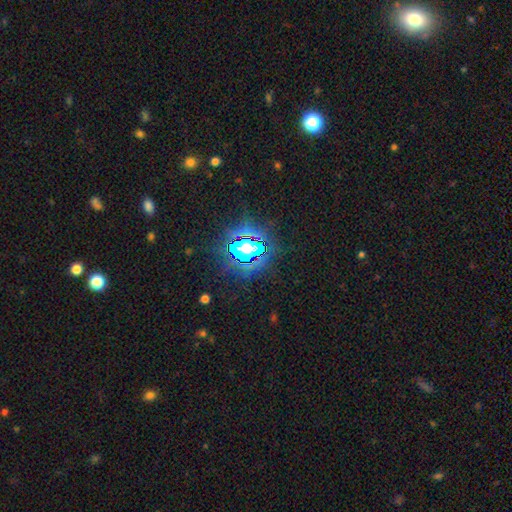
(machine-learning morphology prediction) smooth-or-featured: star or artifact: 82% | smooth: 11% | featured or disk: 7%